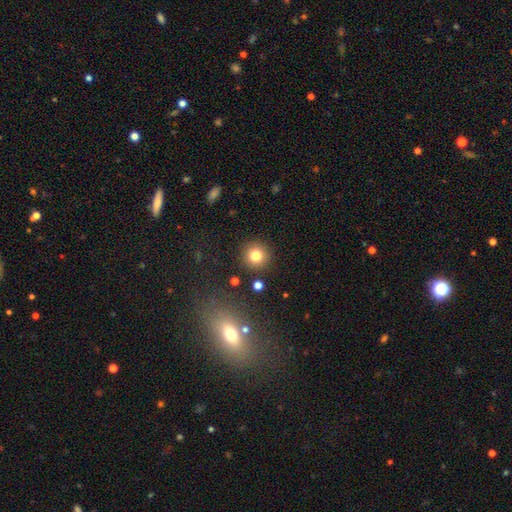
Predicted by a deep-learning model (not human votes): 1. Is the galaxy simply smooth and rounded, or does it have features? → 81% smooth, 12% star or artifact, 7% featured or disk.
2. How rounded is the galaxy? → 94% round, 5% in between, 1% cigar-shaped.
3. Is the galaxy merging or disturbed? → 89% none, 6% minor disturbance, 2% major disturbance, 2% merger.